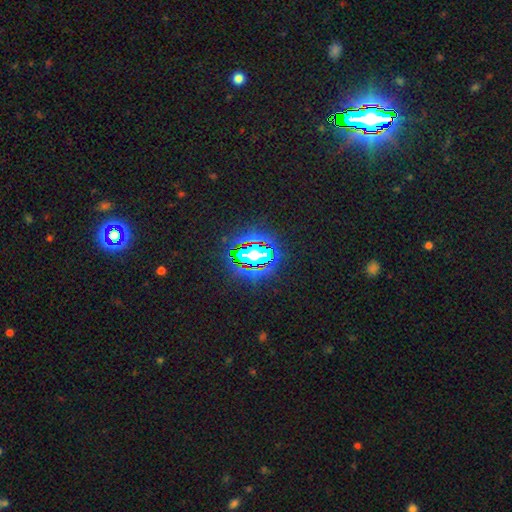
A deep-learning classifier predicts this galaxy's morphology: The model was most divided on "smooth or featured": star or artifact: 80%, smooth: 12%, featured or disk: 8%.